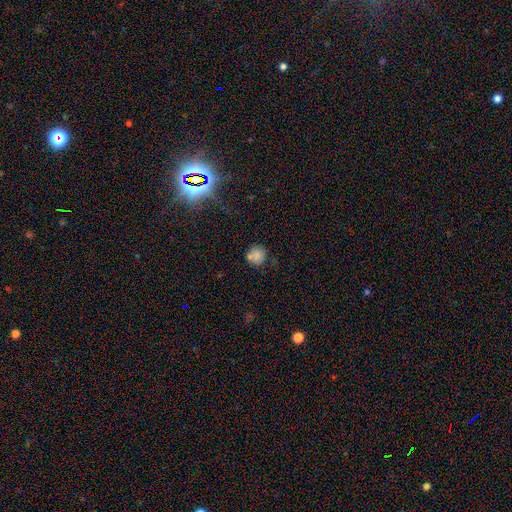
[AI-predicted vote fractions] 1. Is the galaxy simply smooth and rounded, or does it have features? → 81% smooth, 11% star or artifact, 8% featured or disk.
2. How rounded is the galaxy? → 90% round, 9% in between, 1% cigar-shaped.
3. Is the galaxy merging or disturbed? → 69% none, 14% minor disturbance, 13% merger, 4% major disturbance.